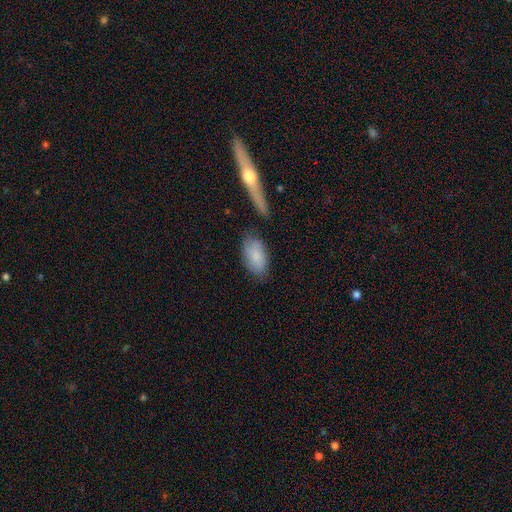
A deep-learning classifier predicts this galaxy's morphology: The model was most divided on "merging": none: 69%, minor disturbance: 19%, merger: 7%, major disturbance: 5%. More confident: how rounded — in between (92%); smooth or featured — smooth (80%).